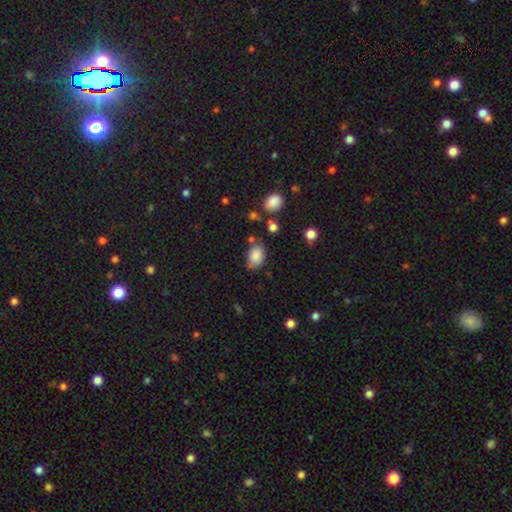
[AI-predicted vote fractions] Smooth or featured? smooth (83%)
How rounded? in between (73%)
Merging? none (62%)